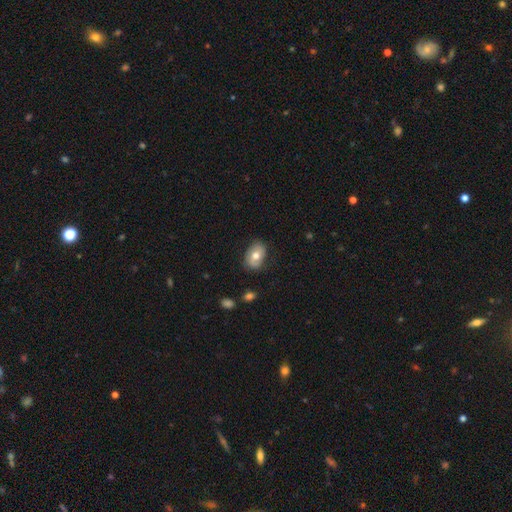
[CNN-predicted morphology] The model was most divided on "smooth or featured": smooth: 68%, featured or disk: 25%, star or artifact: 7%. More confident: how rounded — in between (82%); merging — none (78%).